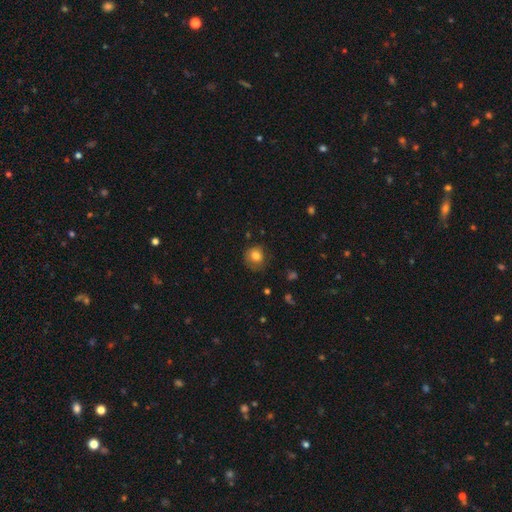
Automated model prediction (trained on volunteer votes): A smooth galaxy with no disk features (80%) that is round (77%).

Vote fractions:
- Smooth or featured? smooth: 80% / featured or disk: 10% / star or artifact: 10%
- How rounded? round: 77% / in between: 22% / cigar-shaped: 1%
- Merging? none: 68% / minor disturbance: 22% / major disturbance: 8% / merger: 1%